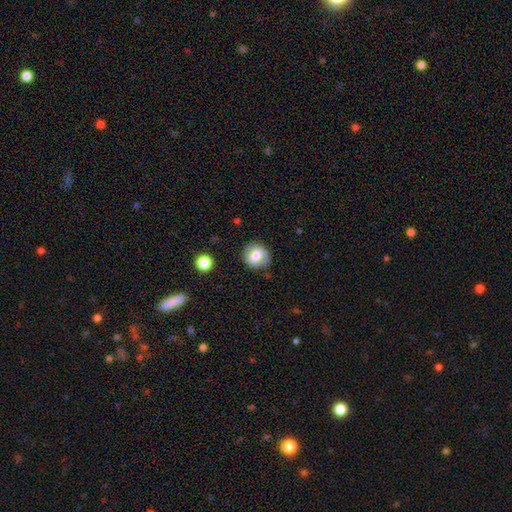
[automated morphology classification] The model was most divided on "smooth or featured": smooth: 61%, featured or disk: 31%, star or artifact: 8%. More confident: merging — none (81%); how rounded — round (76%).